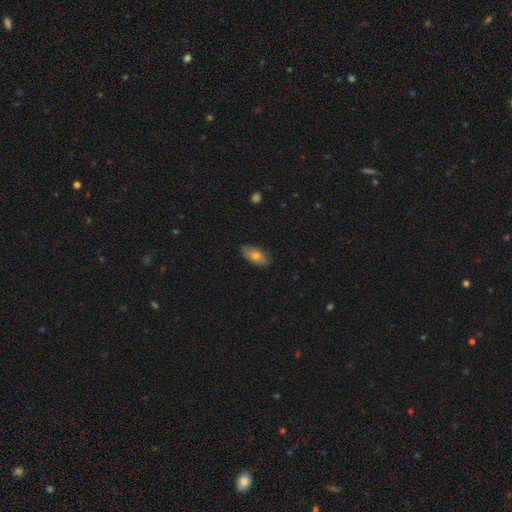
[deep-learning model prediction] Smooth or featured?
  - smooth: 68% *
  - featured or disk: 25%
  - star or artifact: 7%
How rounded?
  - in between: 85% *
  - cigar-shaped: 11%
  - round: 4%
Merging?
  - none: 80% *
  - minor disturbance: 16%
  - major disturbance: 2%
  - merger: 1%